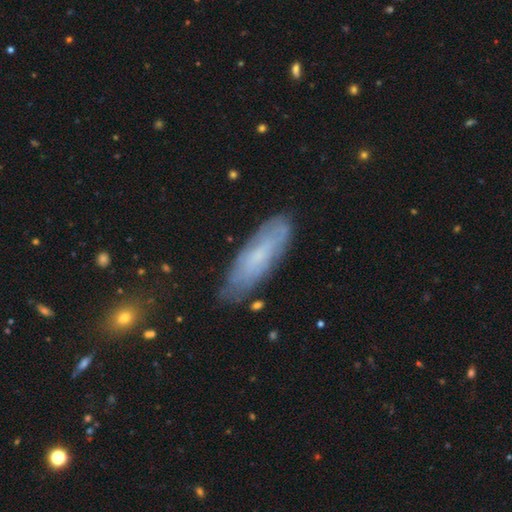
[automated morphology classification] smooth-or-featured: smooth: 45% | featured or disk: 44% | star or artifact: 11%
  merging: none: 81% | minor disturbance: 14% | major disturbance: 3% | merger: 2%